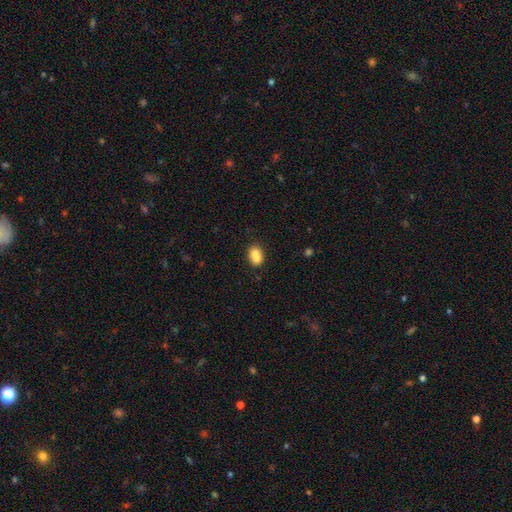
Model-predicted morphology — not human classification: Smooth or featured?
  - smooth: 74% *
  - featured or disk: 16%
  - star or artifact: 10%
How rounded?
  - in between: 63% *
  - round: 35%
  - cigar-shaped: 2%
Merging?
  - merger: 45% *
  - none: 40%
  - minor disturbance: 11%
  - major disturbance: 4%